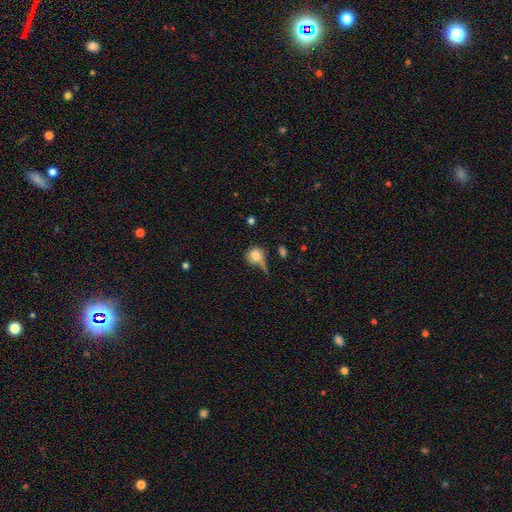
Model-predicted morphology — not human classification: Smooth or featured?
  - smooth: 76% *
  - featured or disk: 15%
  - star or artifact: 9%
How rounded?
  - round: 76% *
  - in between: 22%
  - cigar-shaped: 2%
Merging?
  - none: 39% *
  - minor disturbance: 25%
  - major disturbance: 24%
  - merger: 13%